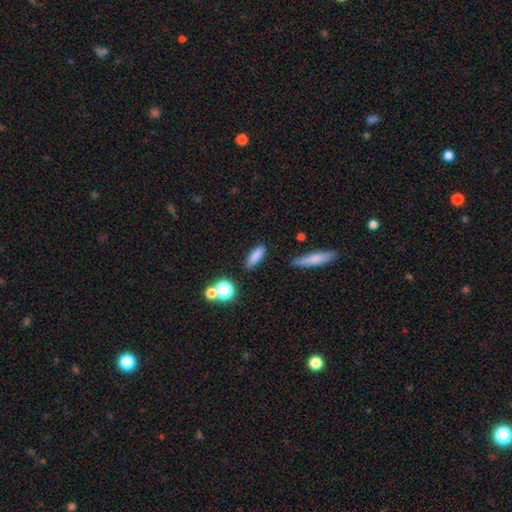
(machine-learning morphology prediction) Smooth or featured: smooth — 83% (star or artifact — 10%)
How rounded: in between — 49% (cigar-shaped — 48%)
Merging: none — 84% (minor disturbance — 10%)